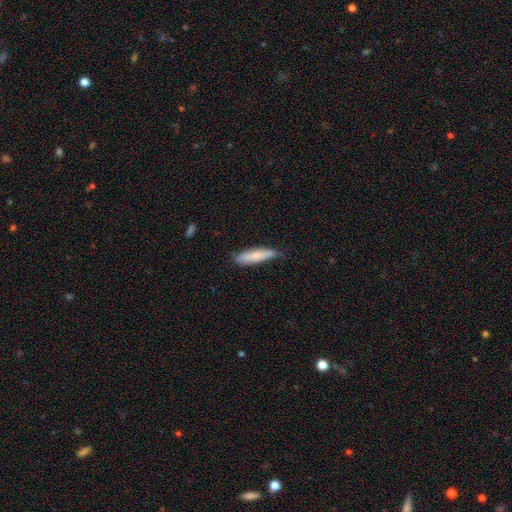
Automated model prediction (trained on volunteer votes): This is likely a smooth galaxy (77%). How rounded: likely cigar-shaped (76%). Merging: likely none (67%).